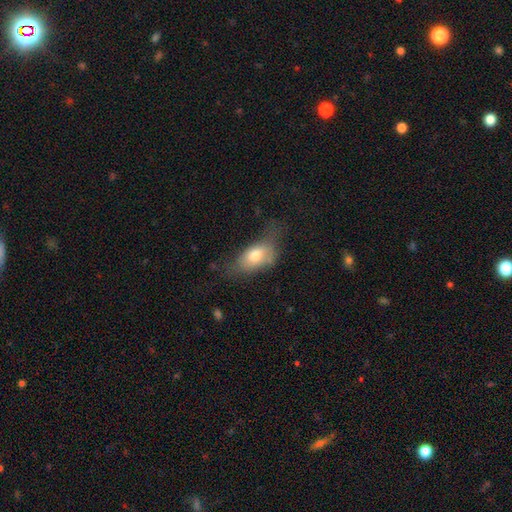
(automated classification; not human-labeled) A smooth galaxy with no disk features (71%) that is in between round and cigar-shaped (87%). Merging: none (38%).